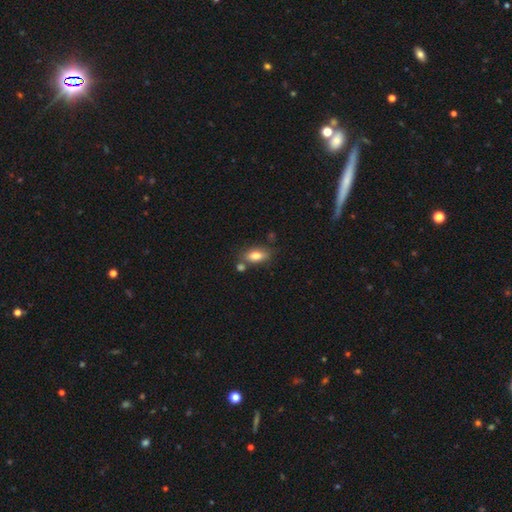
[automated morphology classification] A smooth galaxy with no disk features (78%) that is in between round and cigar-shaped (85%). Merging: none (66%).